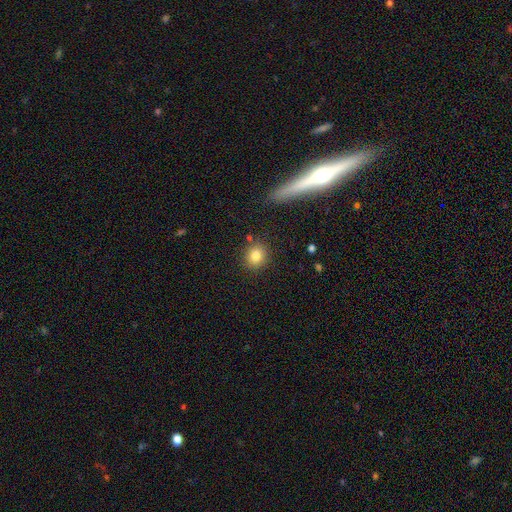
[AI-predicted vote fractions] Overall: smooth (82%). How rounded: round (78%). Merging: none (85%).